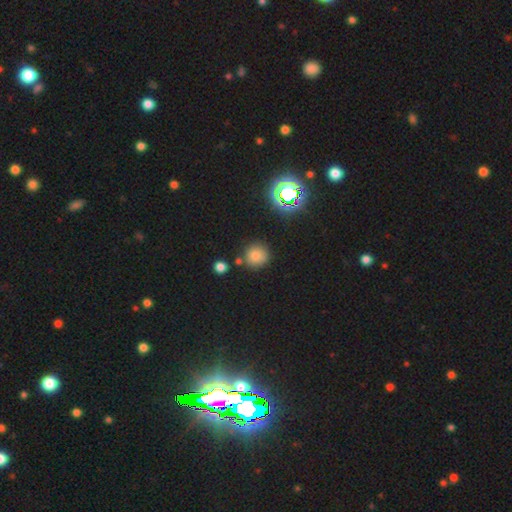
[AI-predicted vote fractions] Smooth or featured?
  - smooth: 75% *
  - star or artifact: 17%
  - featured or disk: 8%
How rounded?
  - round: 91% *
  - in between: 8%
  - cigar-shaped: 1%
Merging?
  - none: 78% *
  - minor disturbance: 10%
  - merger: 8%
  - major disturbance: 3%